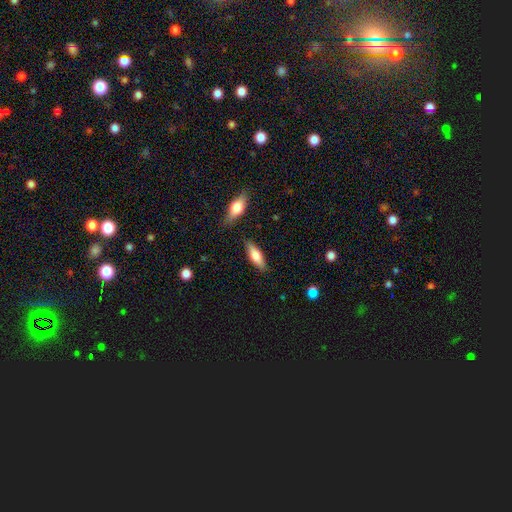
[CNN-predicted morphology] Smooth or featured?
  - smooth: 65% *
  - featured or disk: 28%
  - star or artifact: 6%
How rounded?
  - in between: 51% *
  - cigar-shaped: 47%
  - round: 2%
Merging?
  - none: 84% *
  - minor disturbance: 11%
  - merger: 3%
  - major disturbance: 2%